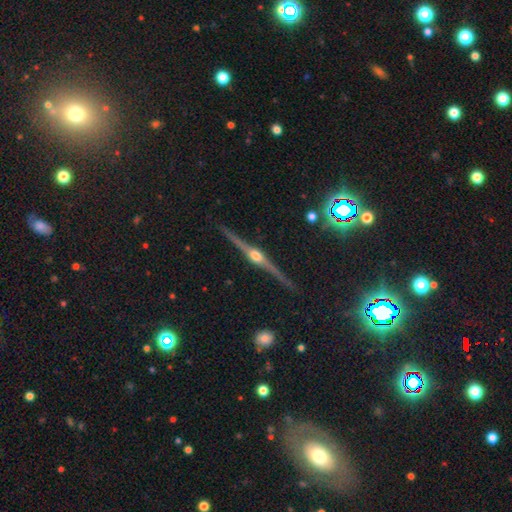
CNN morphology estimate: The model was most divided on "merging": none: 91%, minor disturbance: 7%, major disturbance: 1%, merger: 1%. More confident: edge-on disk — yes (98%); edge-on bulge — rounded (95%); smooth or featured — featured or disk (90%).